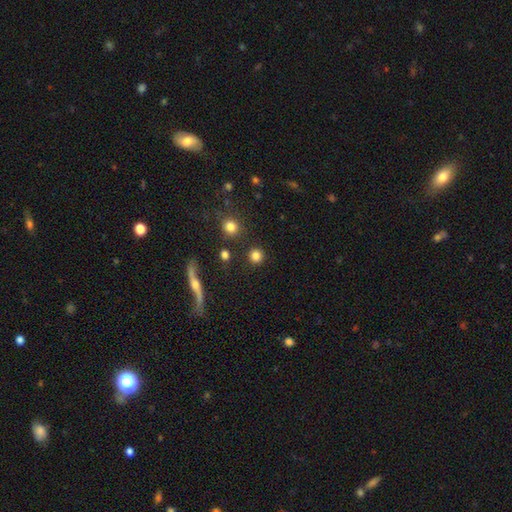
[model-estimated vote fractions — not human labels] Overall: smooth (82%). How rounded: round (94%). Merging: none (89%).